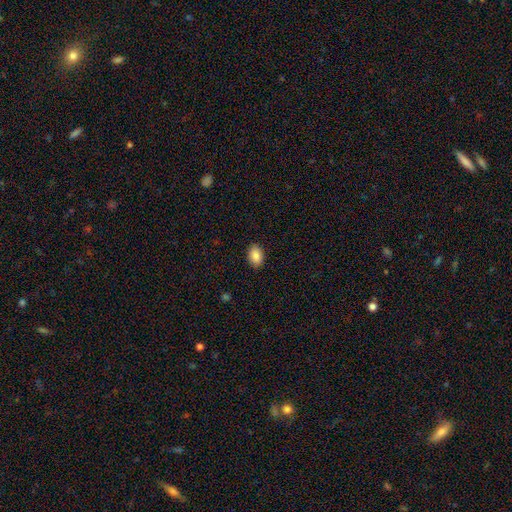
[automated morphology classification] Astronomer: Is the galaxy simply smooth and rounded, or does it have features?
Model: smooth — 87%.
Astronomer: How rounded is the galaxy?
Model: in between — 86%.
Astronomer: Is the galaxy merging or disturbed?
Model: none — 89%.